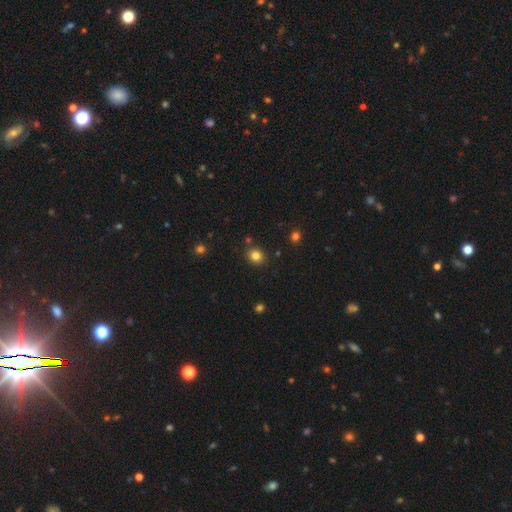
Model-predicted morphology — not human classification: smooth_or_featured: smooth (p=0.82) [alt: star or artifact p=0.13]
how_rounded: round (p=0.78) [alt: in between p=0.22]
merging: none (p=0.85) [alt: minor disturbance p=0.08]